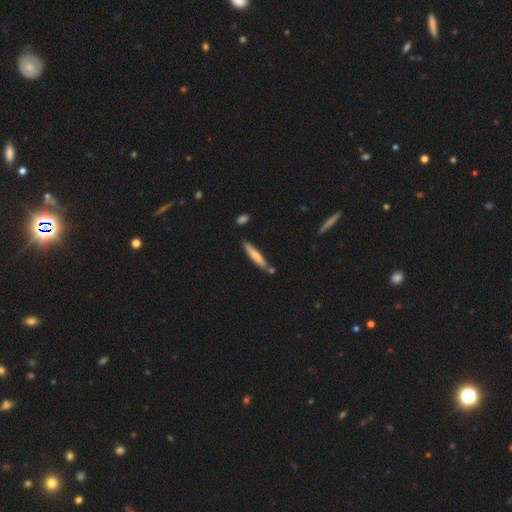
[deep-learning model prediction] Q: Smooth or featured?
A: smooth (63%); runner-up: featured or disk (32%)
Q: How rounded?
A: cigar-shaped (91%); runner-up: in between (8%)
Q: Merging?
A: none (77%); runner-up: minor disturbance (12%)